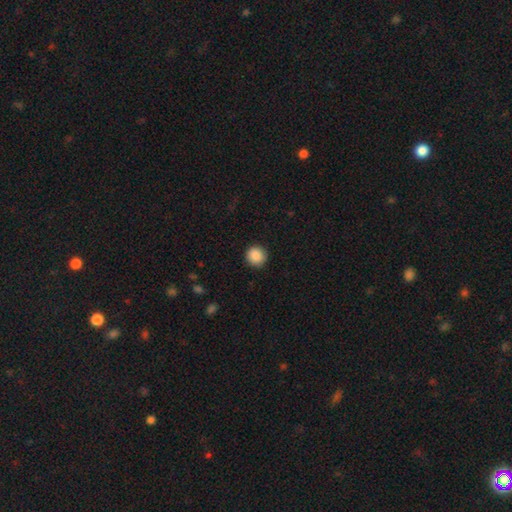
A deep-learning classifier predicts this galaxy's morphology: Smooth or featured: smooth — 89% (star or artifact — 8%)
How rounded: round — 94% (in between — 5%)
Merging: none — 91% (minor disturbance — 6%)